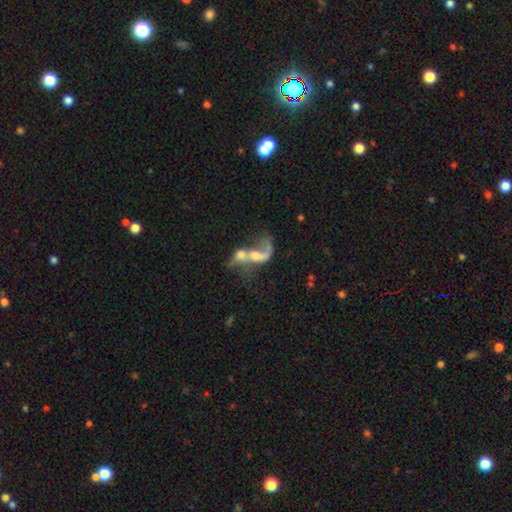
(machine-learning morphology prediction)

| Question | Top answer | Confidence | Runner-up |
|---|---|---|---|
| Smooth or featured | featured or disk | 66% | smooth (24%) |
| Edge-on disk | no | 95% | yes (5%) |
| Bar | no | 64% | weak (26%) |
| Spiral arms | yes | 65% | no (35%) |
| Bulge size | moderate | 40% | small (25%) |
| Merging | merger | 65% | major disturbance (17%) |